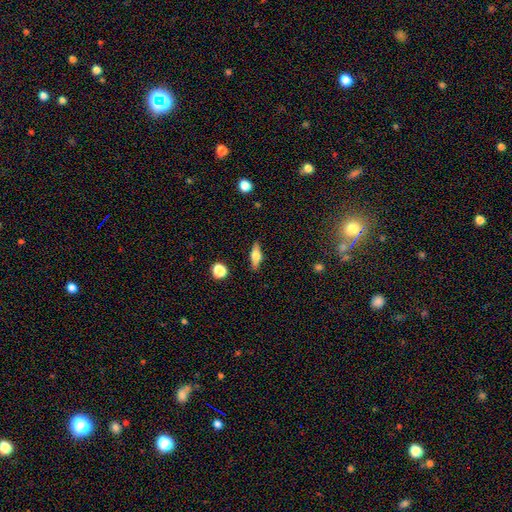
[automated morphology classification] Overall: smooth (50%; featured or disk 42%). Merging: none (85%).